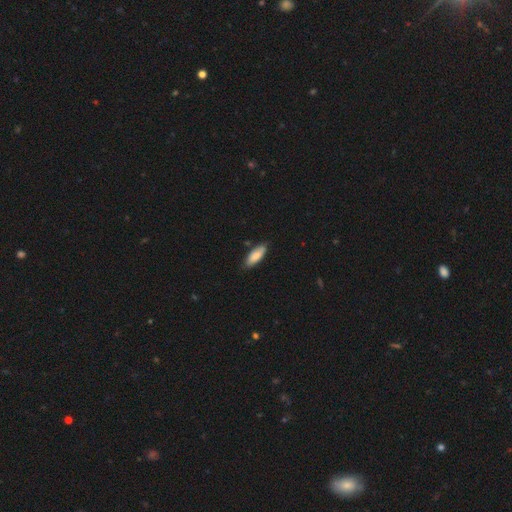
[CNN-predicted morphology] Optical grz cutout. It shows a smooth galaxy with no disk features (82%) that is in between round and cigar-shaped (69%). Merging: none (82%).